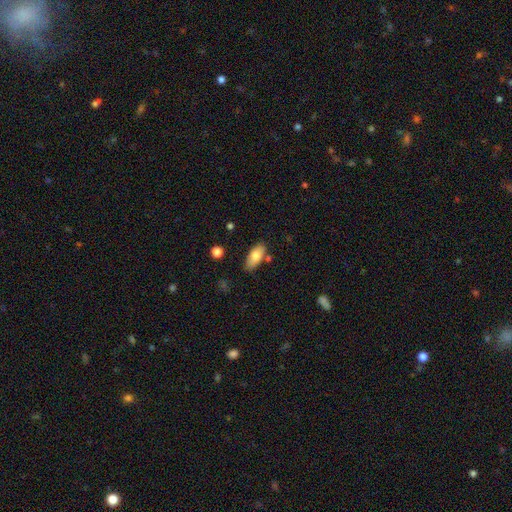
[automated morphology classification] smooth-or-featured: smooth: 78% | featured or disk: 15% | star or artifact: 7%
  how-rounded: in between: 88% | cigar-shaped: 10% | round: 3%
  merging: none: 76% | minor disturbance: 15% | merger: 6% | major disturbance: 3%